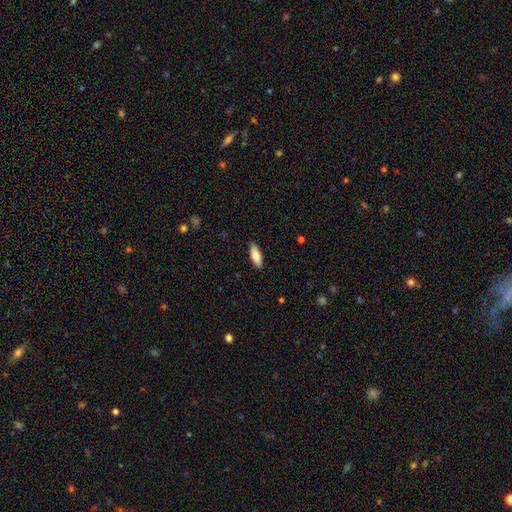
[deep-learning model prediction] This is likely a smooth galaxy (77%). How rounded: likely in between (70%). Merging: clearly none (89%).